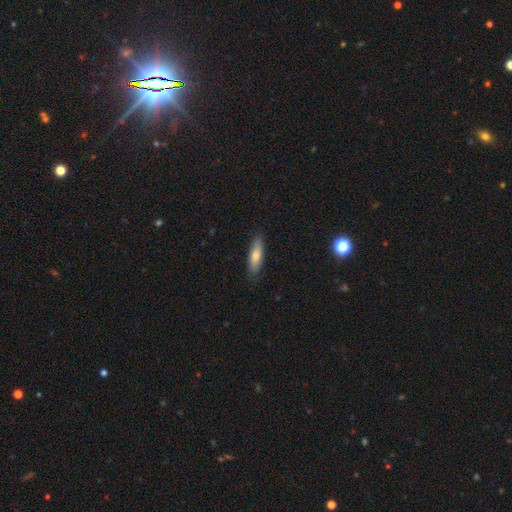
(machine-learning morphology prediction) Smooth or featured? Predicted: smooth (p=0.75). How rounded? Predicted: cigar-shaped (p=0.54). Merging? Predicted: none (p=0.84).